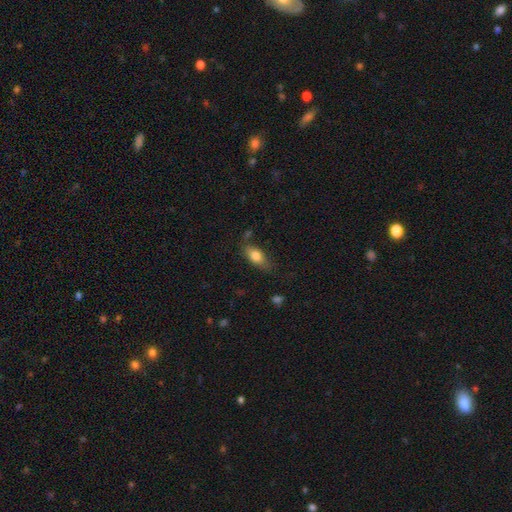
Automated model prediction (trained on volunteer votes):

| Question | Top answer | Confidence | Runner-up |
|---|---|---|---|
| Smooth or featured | smooth | 78% | featured or disk (14%) |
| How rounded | in between | 84% | cigar-shaped (11%) |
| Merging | none | 68% | minor disturbance (22%) |